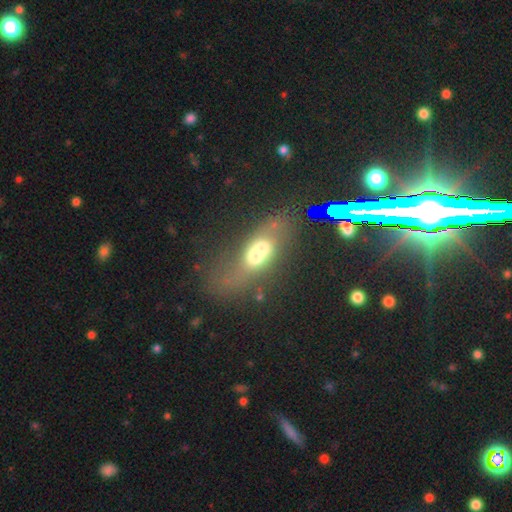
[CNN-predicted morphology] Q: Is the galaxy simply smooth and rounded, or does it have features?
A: smooth — 47%.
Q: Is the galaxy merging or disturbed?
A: merger — 60%.